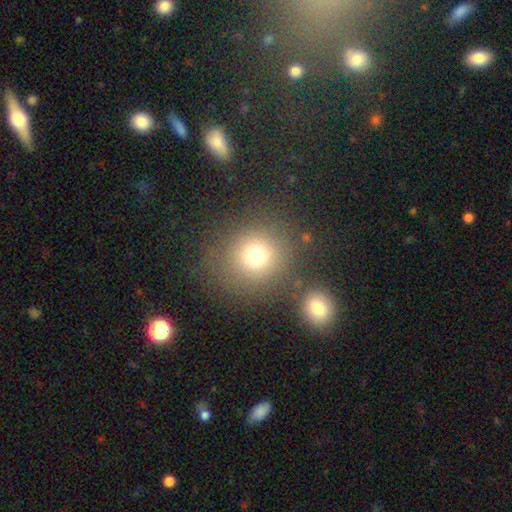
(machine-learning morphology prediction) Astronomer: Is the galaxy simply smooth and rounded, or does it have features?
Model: smooth — 73%.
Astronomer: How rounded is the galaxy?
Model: round — 89%.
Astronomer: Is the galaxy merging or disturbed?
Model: none — 76%.